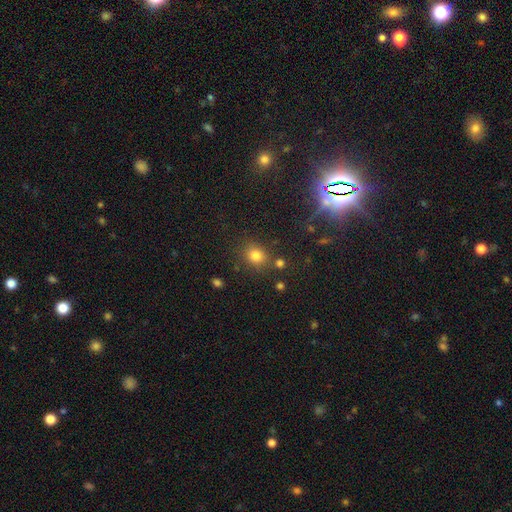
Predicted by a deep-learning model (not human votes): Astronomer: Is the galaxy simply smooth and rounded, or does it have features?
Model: smooth — 79%.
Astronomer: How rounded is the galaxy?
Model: round — 69%.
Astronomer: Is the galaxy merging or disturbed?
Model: none — 76%.